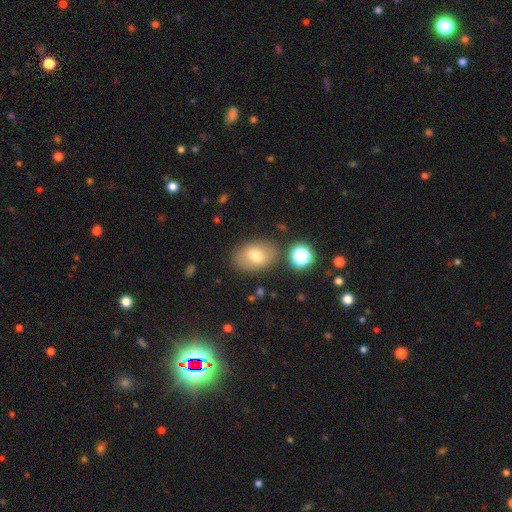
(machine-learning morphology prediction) A smooth galaxy with no disk features (70%) that is in between round and cigar-shaped (78%). Merging: none (78%).